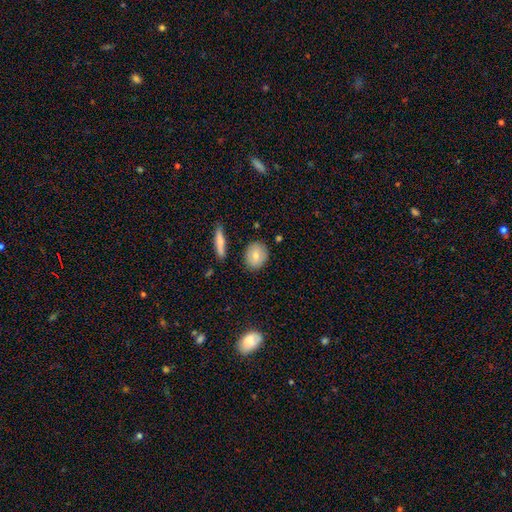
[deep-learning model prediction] Smooth or featured?
  - smooth: 74% *
  - featured or disk: 18%
  - star or artifact: 7%
How rounded?
  - round: 54% *
  - in between: 43%
  - cigar-shaped: 3%
Merging?
  - none: 83% *
  - minor disturbance: 12%
  - merger: 3%
  - major disturbance: 3%